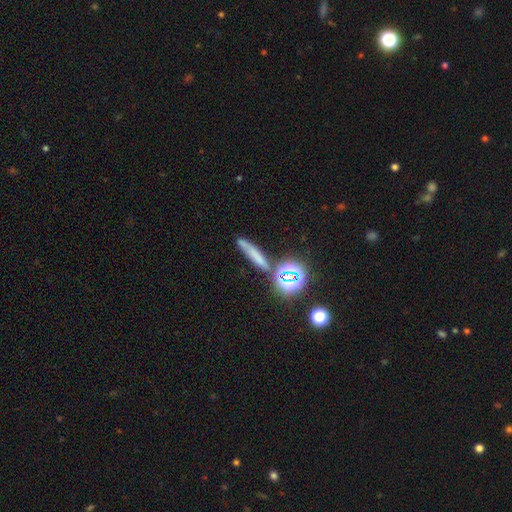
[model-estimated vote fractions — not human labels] Smooth or featured? smooth (60%)
How rounded? cigar-shaped (77%)
Merging? none (74%)